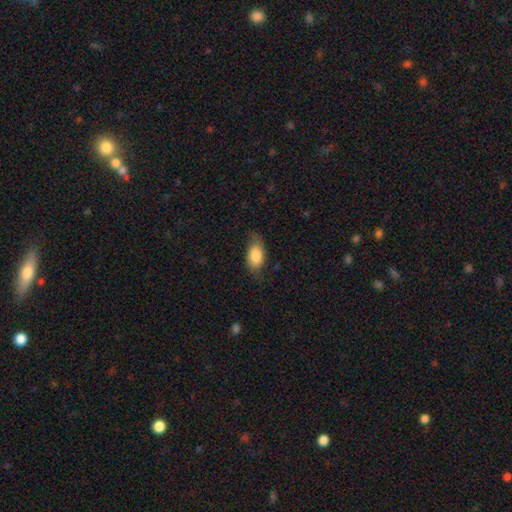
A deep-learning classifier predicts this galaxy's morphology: Smooth or featured?
  - smooth: 81% *
  - featured or disk: 12%
  - star or artifact: 7%
How rounded?
  - in between: 91% *
  - round: 6%
  - cigar-shaped: 4%
Merging?
  - none: 67% *
  - minor disturbance: 25%
  - major disturbance: 7%
  - merger: 1%